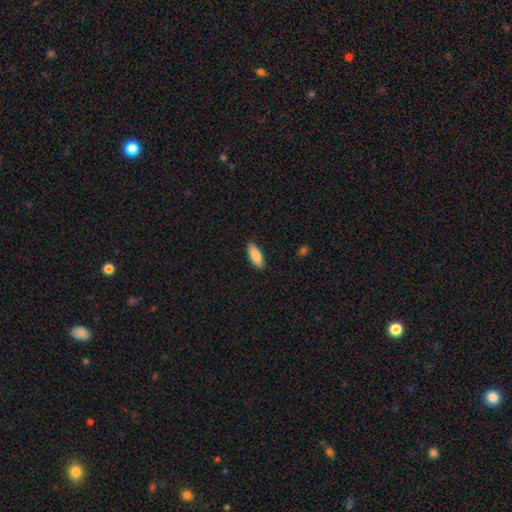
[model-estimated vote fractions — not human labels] This is clearly a smooth galaxy (86%). How rounded: likely in between (79%). Merging: clearly none (87%).